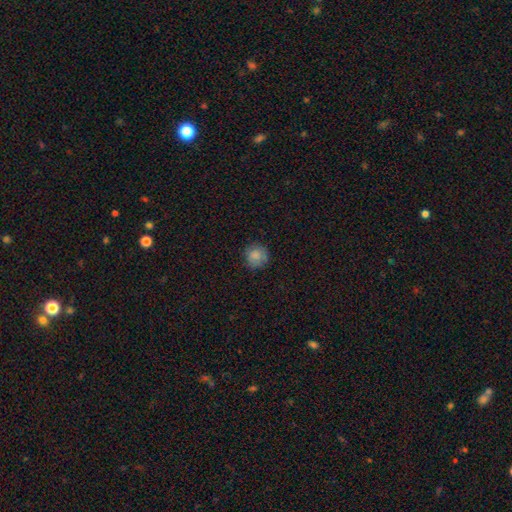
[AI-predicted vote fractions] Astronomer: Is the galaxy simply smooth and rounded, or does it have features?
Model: smooth — 83%.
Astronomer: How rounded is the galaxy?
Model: round — 92%.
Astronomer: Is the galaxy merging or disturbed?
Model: none — 80%.